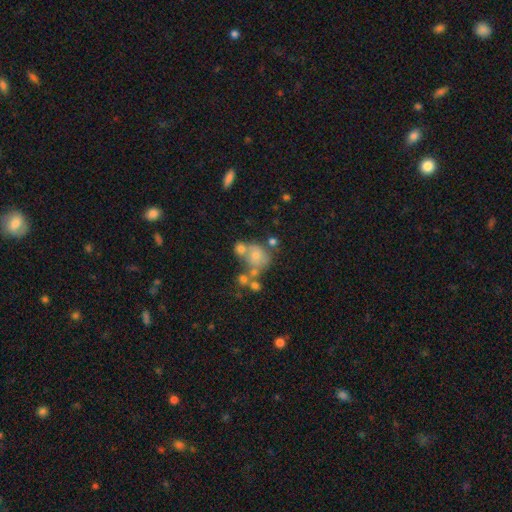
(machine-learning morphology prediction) The model was most divided on "merging": merger: 39%, none: 35%, minor disturbance: 15%, major disturbance: 12%. More confident: how rounded — round (67%); smooth or featured — smooth (56%).